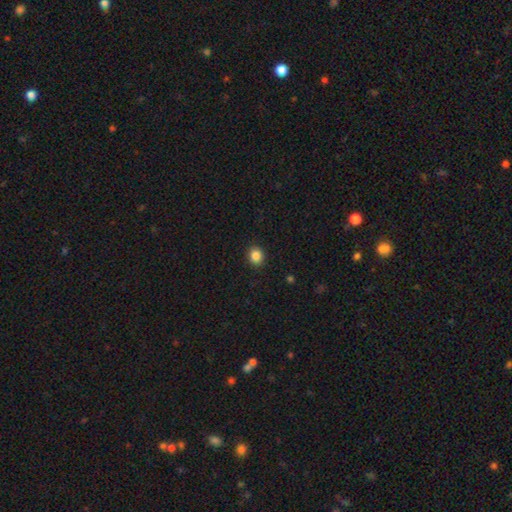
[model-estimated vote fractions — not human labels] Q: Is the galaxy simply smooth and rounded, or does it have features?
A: smooth — 86%.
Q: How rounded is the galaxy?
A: round — 73%.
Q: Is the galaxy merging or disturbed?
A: none — 91%.